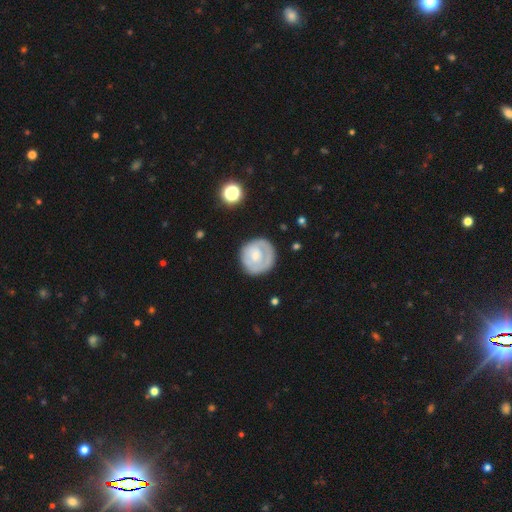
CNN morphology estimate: The model was most divided on "smooth or featured": smooth: 49%, featured or disk: 45%, star or artifact: 6%. More confident: merging — none (72%).